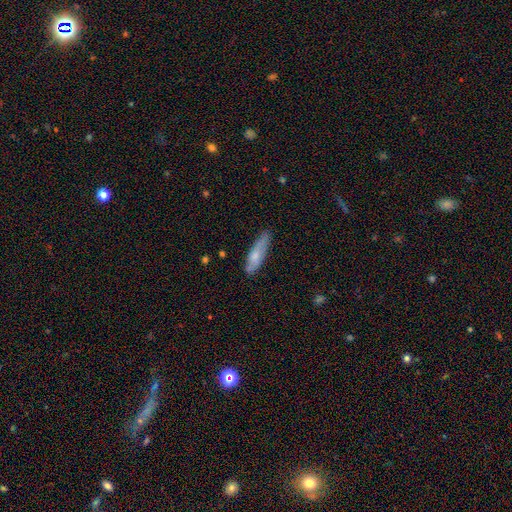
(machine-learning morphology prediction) A smooth galaxy with no disk features (64%) that is cigar-shaped (65%).

Vote fractions:
- Smooth or featured? smooth: 64% / featured or disk: 30% / star or artifact: 6%
- How rounded? cigar-shaped: 65% / in between: 33% / round: 2%
- Merging? none: 72% / minor disturbance: 22% / major disturbance: 4% / merger: 2%